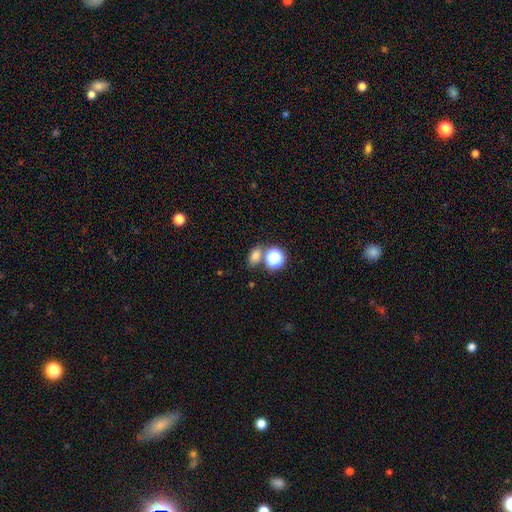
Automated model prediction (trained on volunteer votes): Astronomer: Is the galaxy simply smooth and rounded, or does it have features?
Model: smooth — 72%.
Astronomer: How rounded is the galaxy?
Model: in between — 64%.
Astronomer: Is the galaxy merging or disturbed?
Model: none — 66%.